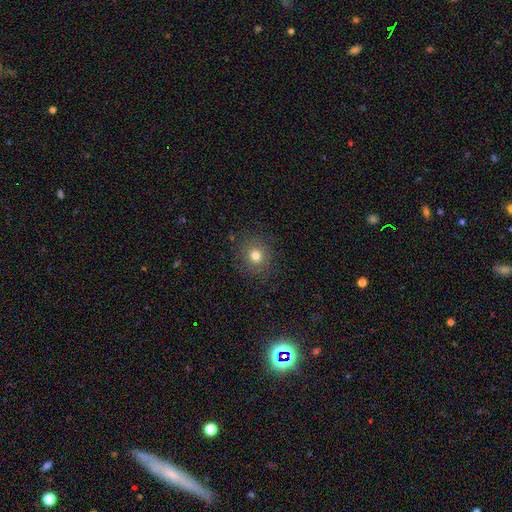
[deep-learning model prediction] smooth-or-featured: smooth: 78% | star or artifact: 14% | featured or disk: 8%
  how-rounded: round: 86% | in between: 13% | cigar-shaped: 1%
  merging: none: 87% | minor disturbance: 9% | major disturbance: 3% | merger: 1%